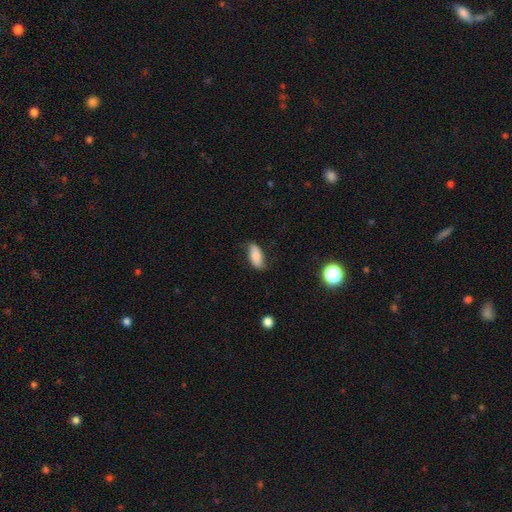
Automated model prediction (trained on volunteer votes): Smooth or featured? Predicted: smooth (p=0.76). How rounded? Predicted: in between (p=0.86). Merging? Predicted: none (p=0.69).